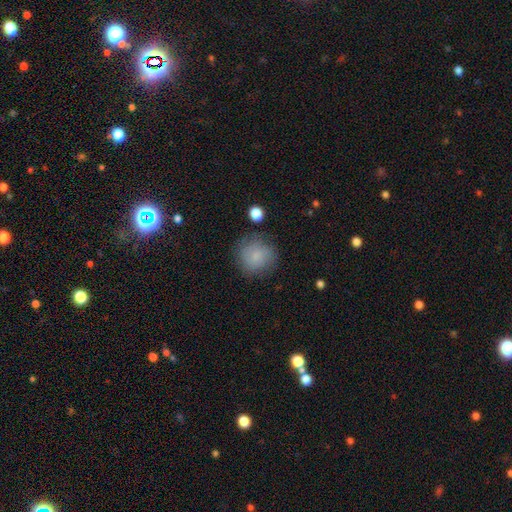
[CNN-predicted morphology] A smooth galaxy with no disk features (81%) that is round (89%). Merging: none (77%).